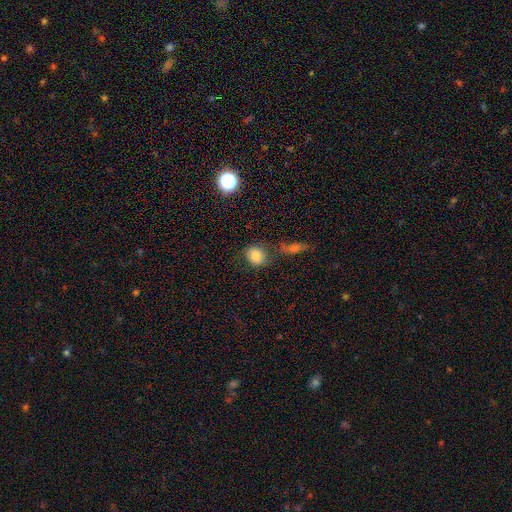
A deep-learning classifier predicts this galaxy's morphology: This is clearly a smooth galaxy (81%). How rounded: likely round (73%). Merging: likely none (70%).